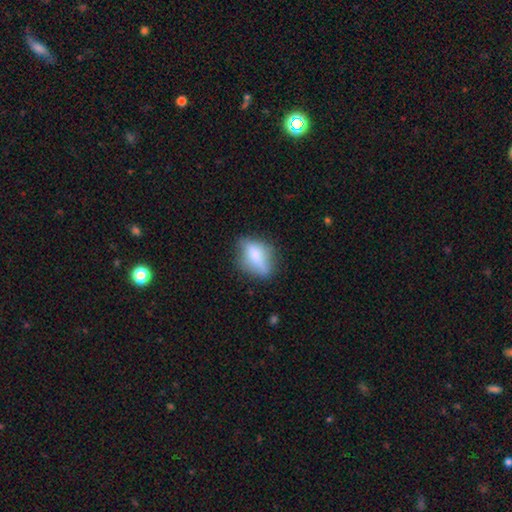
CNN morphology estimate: The model was most divided on "smooth or featured": smooth: 63%, featured or disk: 28%, star or artifact: 9%. More confident: how rounded — in between (74%); merging — none (62%).